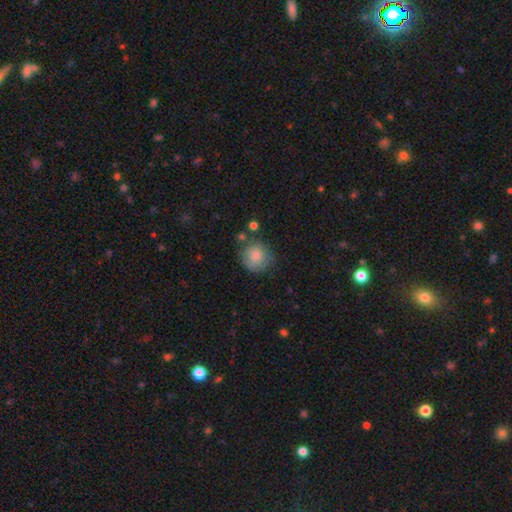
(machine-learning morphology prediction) Overall: smooth (78%). How rounded: round (88%). Merging: none (65%).